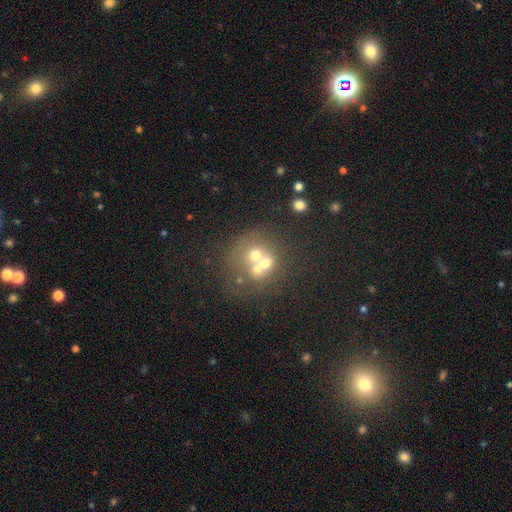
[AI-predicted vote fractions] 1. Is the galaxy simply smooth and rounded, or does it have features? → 49% smooth, 34% featured or disk, 17% star or artifact.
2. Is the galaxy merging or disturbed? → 56% merger, 30% none, 7% minor disturbance, 6% major disturbance.